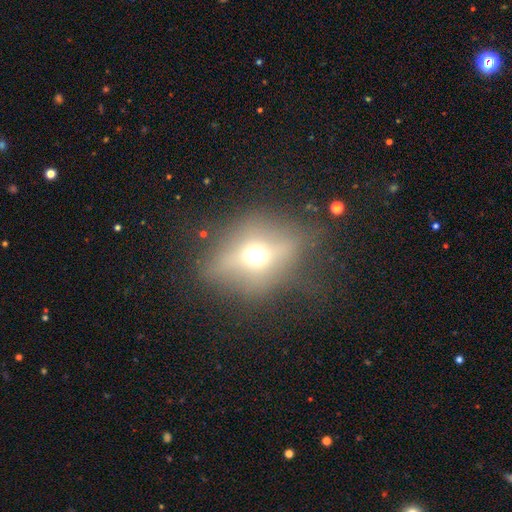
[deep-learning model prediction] featured or disk 44%, smooth 38%, star or artifact 17%. Down the decision tree: merging — none (63%).